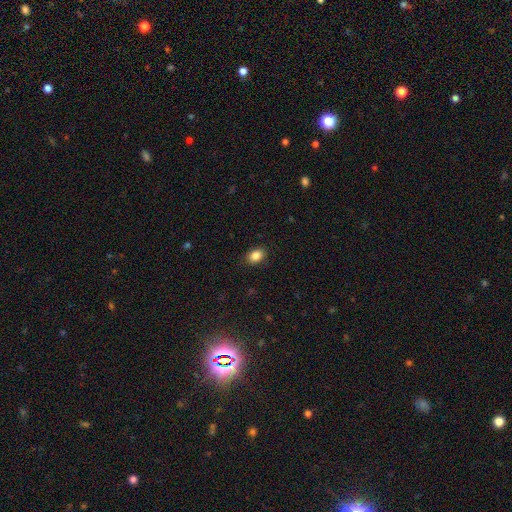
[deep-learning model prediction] Smooth or featured?
  - smooth: 86% *
  - star or artifact: 9%
  - featured or disk: 5%
How rounded?
  - in between: 70% *
  - round: 29%
  - cigar-shaped: 1%
Merging?
  - none: 88% *
  - minor disturbance: 9%
  - major disturbance: 2%
  - merger: 1%